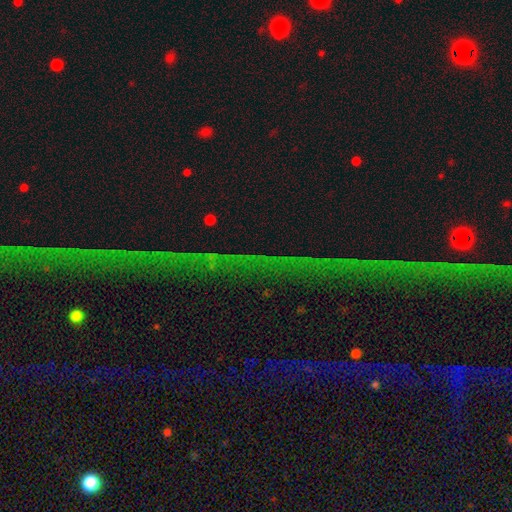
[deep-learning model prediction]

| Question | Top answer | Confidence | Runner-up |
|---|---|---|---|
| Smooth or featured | star or artifact | 76% | featured or disk (14%) |